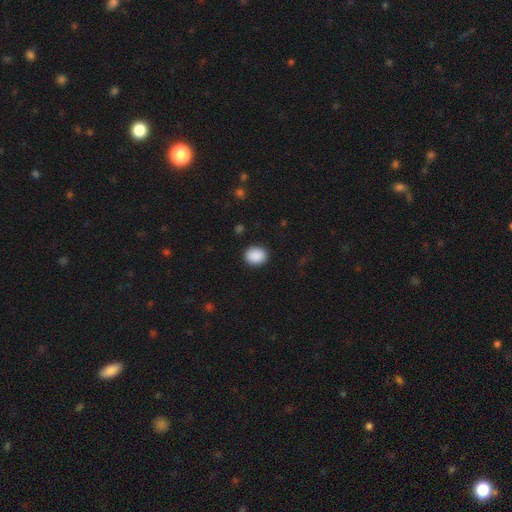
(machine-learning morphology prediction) Smooth or featured? smooth (90%)
How rounded? round (56%)
Merging? none (90%)